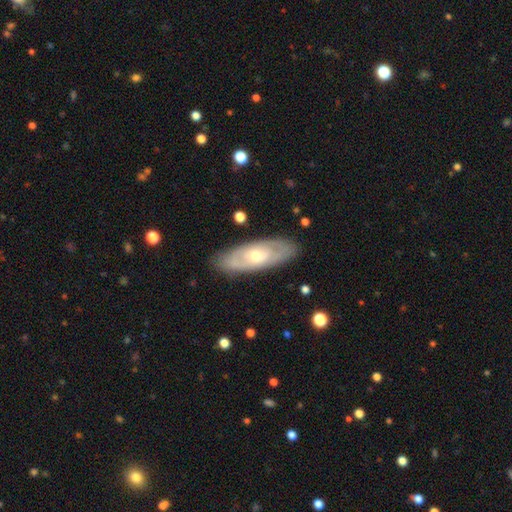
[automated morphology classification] Overall: featured or disk (65%; smooth 29%). Edge-on disk: no (82%). Bar: no (81%). Spiral arms: yes (51%; no 49%). Bulge size: moderate (57%; small 38%). Merging: none (83%).